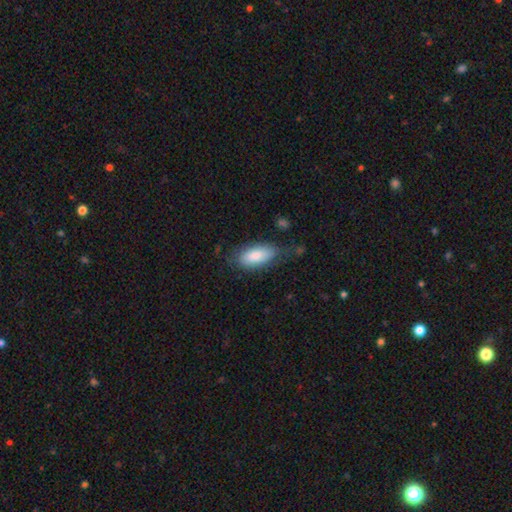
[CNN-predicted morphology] This appears to be a smooth galaxy with no disk features (81%) that is in between round and cigar-shaped (90%). Merging: none (58%).